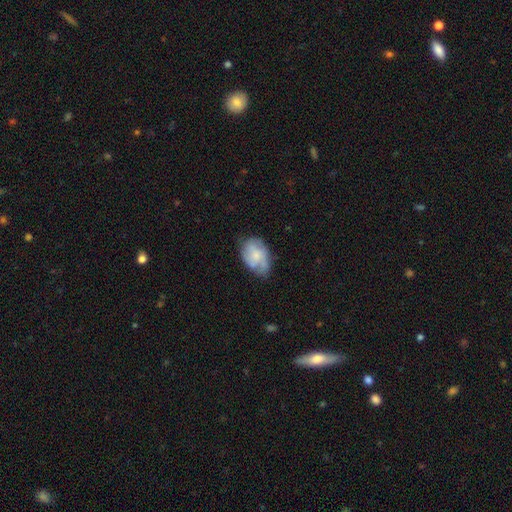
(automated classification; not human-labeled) Smooth or featured: smooth — 47% (featured or disk — 45%)
Merging: none — 55% (minor disturbance — 30%)